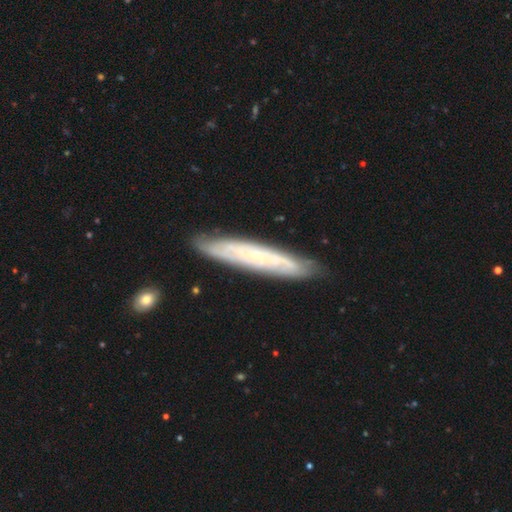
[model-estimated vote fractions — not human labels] Q: Smooth or featured?
A: featured or disk (70%); runner-up: smooth (24%)
Q: Edge-on disk?
A: no (52%); runner-up: yes (48%)
Q: Merging?
A: none (83%); runner-up: minor disturbance (13%)